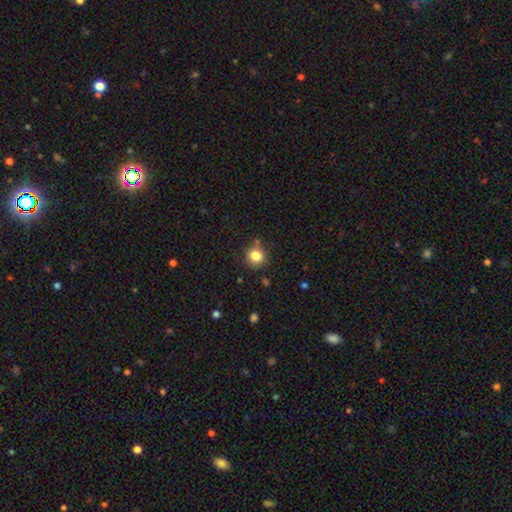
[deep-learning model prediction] Smooth or featured?
  - smooth: 83% *
  - star or artifact: 12%
  - featured or disk: 6%
How rounded?
  - round: 90% *
  - in between: 9%
  - cigar-shaped: 1%
Merging?
  - none: 79% *
  - minor disturbance: 12%
  - merger: 5%
  - major disturbance: 3%